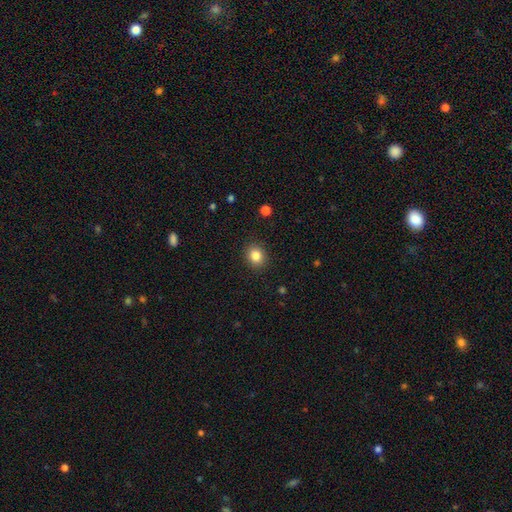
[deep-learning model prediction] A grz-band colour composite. It shows a smooth galaxy with no disk features (84%) that is round (70%). Merging: none (90%).